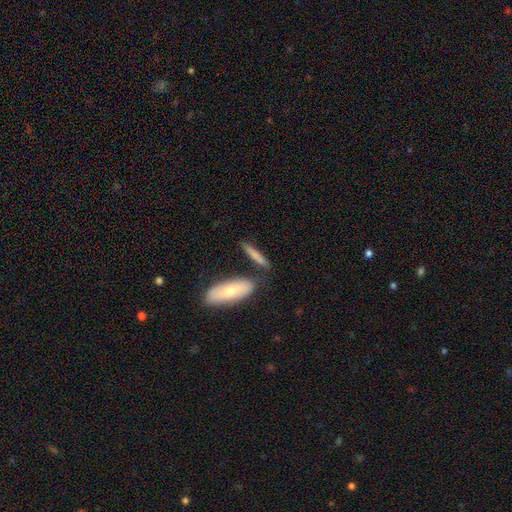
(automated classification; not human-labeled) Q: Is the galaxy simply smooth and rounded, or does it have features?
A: smooth — 72%.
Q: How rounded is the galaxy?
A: cigar-shaped — 81%.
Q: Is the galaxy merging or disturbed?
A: none — 70%.